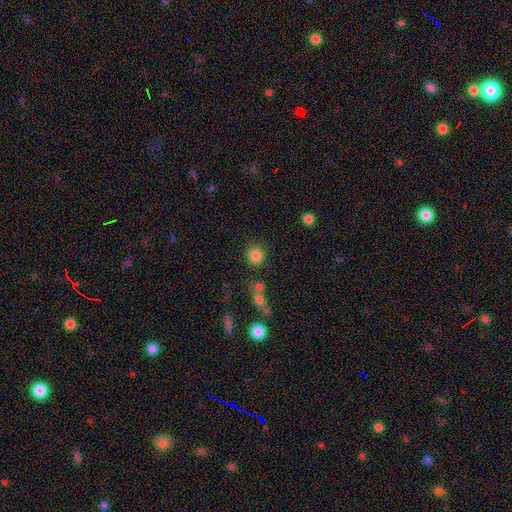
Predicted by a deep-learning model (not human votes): Overall: smooth (84%). How rounded: round (90%). Merging: none (80%).